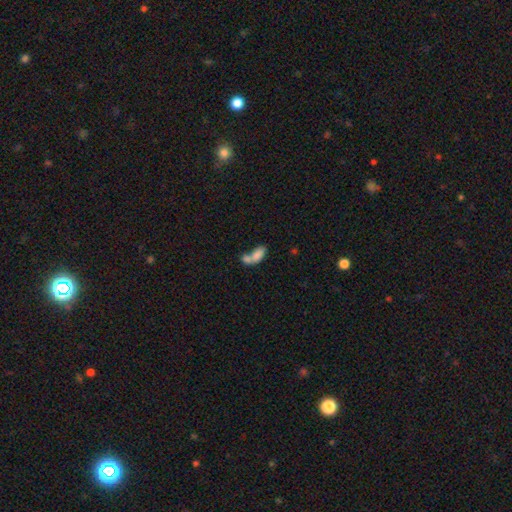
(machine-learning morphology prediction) smooth_or_featured: smooth (p=0.78) [alt: featured or disk p=0.14]
how_rounded: in between (p=0.88) [alt: cigar-shaped p=0.07]
merging: merger (p=0.69) [alt: none p=0.18]